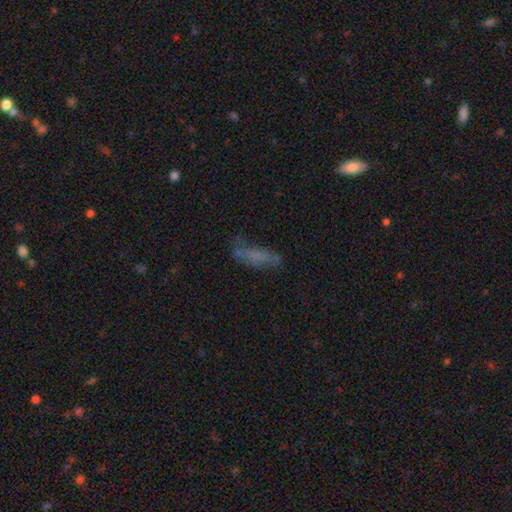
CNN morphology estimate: type=smooth (51%); roundness=cigar-shaped (50%); merging=none (49%).